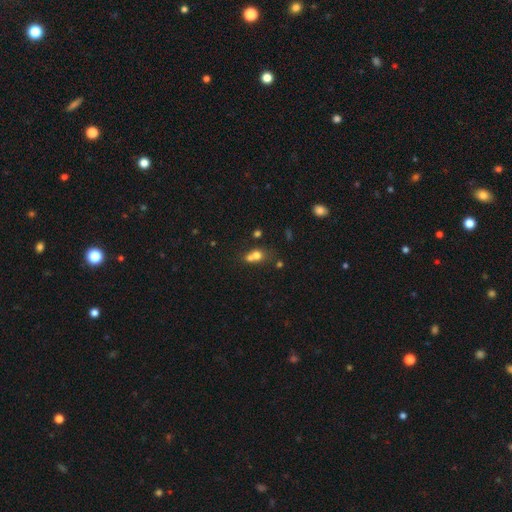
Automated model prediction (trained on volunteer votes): A smooth galaxy with no disk features (69%) that is round (64%).

Vote fractions:
- Smooth or featured? smooth: 69% / featured or disk: 17% / star or artifact: 15%
- How rounded? round: 64% / in between: 34% / cigar-shaped: 2%
- Merging? merger: 59% / none: 29% / minor disturbance: 8% / major disturbance: 5%